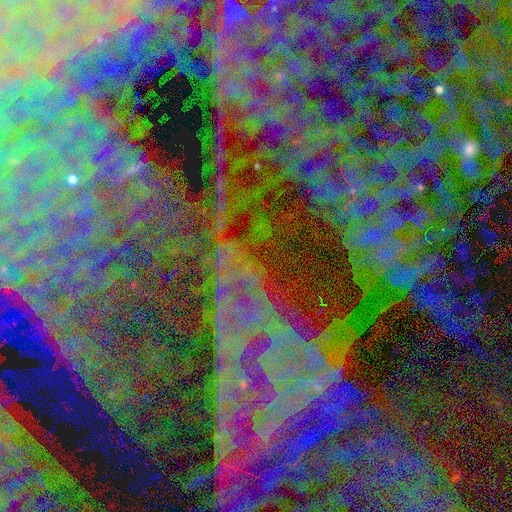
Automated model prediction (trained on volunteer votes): Smooth or featured: star or artifact — 84% (featured or disk — 9%)